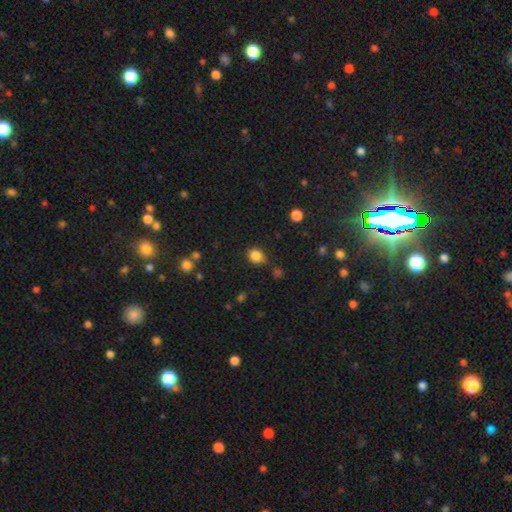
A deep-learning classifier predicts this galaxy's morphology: This is clearly a smooth galaxy (85%). How rounded: likely round (65%). Merging: likely none (72%).